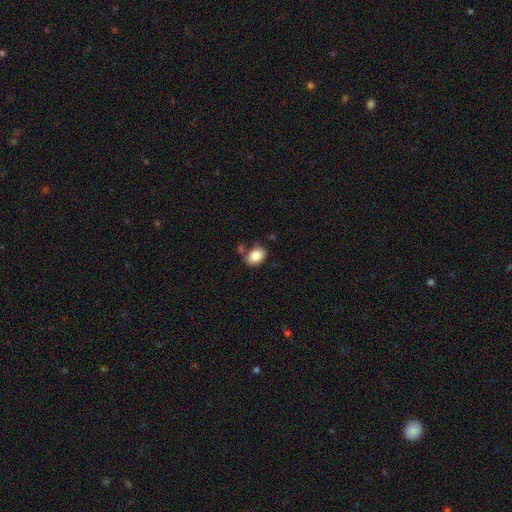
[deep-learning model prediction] Overall: smooth (84%). How rounded: in between (78%). Merging: none (70%).